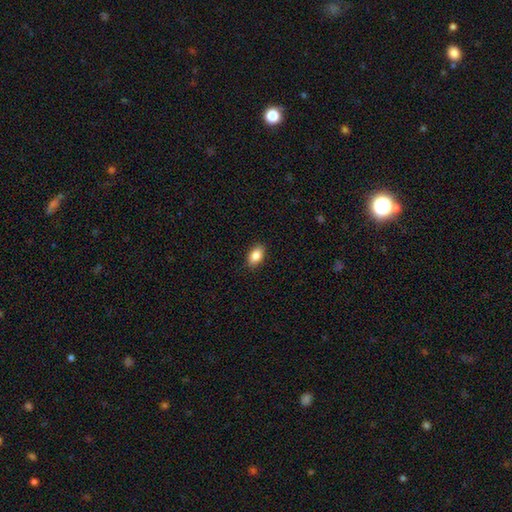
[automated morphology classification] Smooth or featured? smooth (85%)
How rounded? in between (88%)
Merging? none (89%)